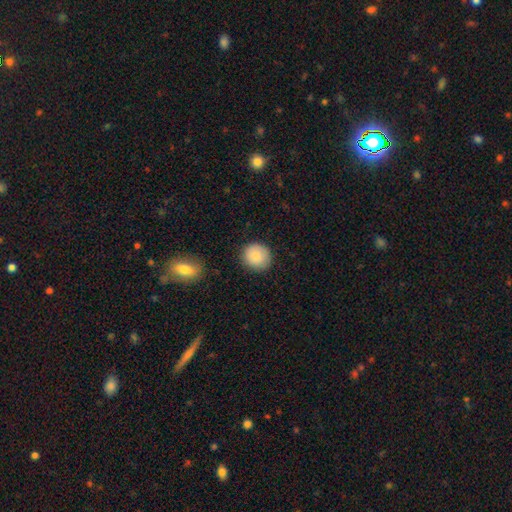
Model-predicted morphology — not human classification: The model was most divided on "how rounded": round: 88%, in between: 11%, cigar-shaped: 1%. More confident: merging — none (88%); smooth or featured — smooth (86%).